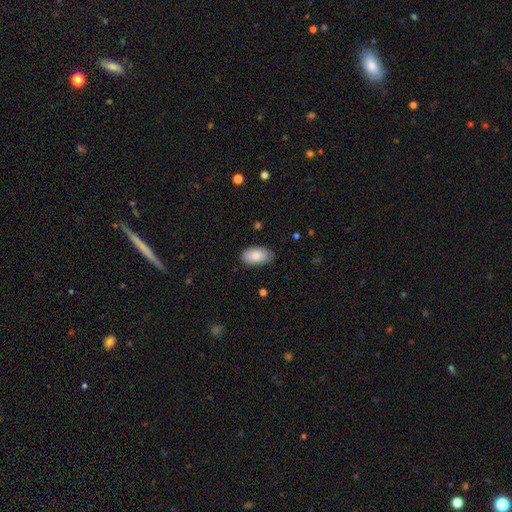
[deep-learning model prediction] Smooth or featured: smooth — 83% (featured or disk — 11%)
How rounded: in between — 95% (round — 4%)
Merging: none — 79% (minor disturbance — 17%)